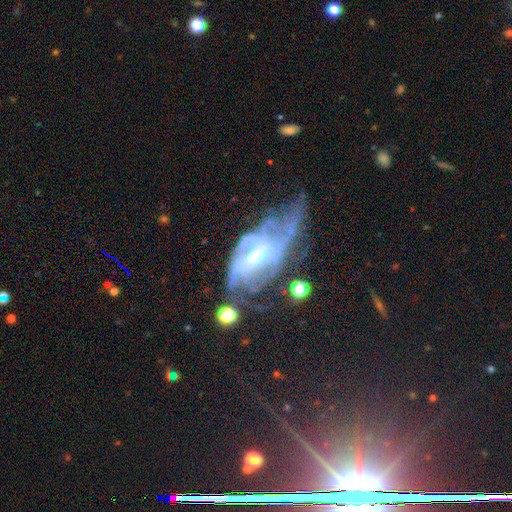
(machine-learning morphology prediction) This is clearly a featured or disk galaxy (81%). It is clearly not viewed edge-on (92%). Bar: marginally weak (40%). Spiral arm pattern: likely yes (80%). Spiral arm count: marginally can't tell (42%). Spiral winding: marginally medium (39%, tied with tight). Central bulge: marginally small (45%). Merging: marginally major disturbance (36%).